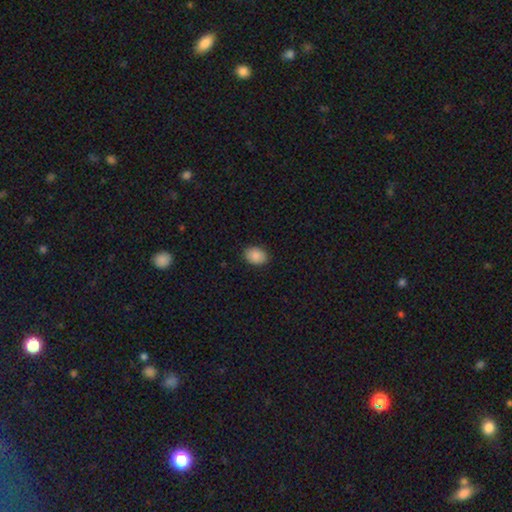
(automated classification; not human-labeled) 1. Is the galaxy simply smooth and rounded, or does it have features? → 89% smooth, 8% star or artifact, 4% featured or disk.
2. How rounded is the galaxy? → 73% in between, 26% round, 1% cigar-shaped.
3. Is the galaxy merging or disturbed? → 88% none, 9% minor disturbance, 2% major disturbance, 1% merger.